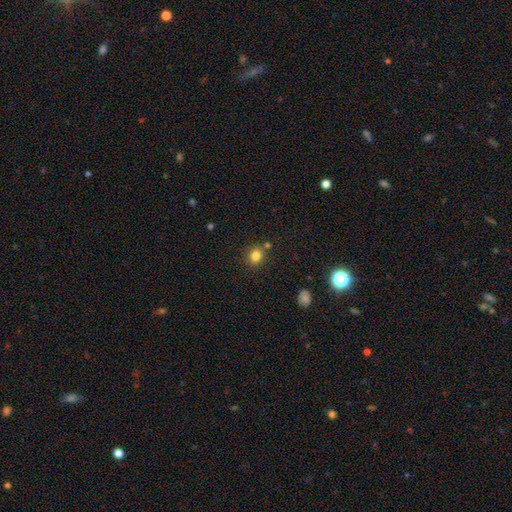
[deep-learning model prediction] smooth-or-featured: smooth: 82% | star or artifact: 12% | featured or disk: 6%
  how-rounded: round: 68% | in between: 31% | cigar-shaped: 1%
  merging: none: 78% | minor disturbance: 11% | merger: 9% | major disturbance: 3%